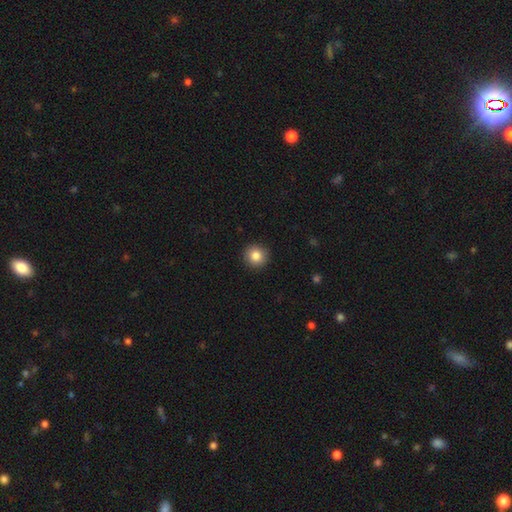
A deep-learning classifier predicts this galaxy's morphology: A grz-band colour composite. It shows a smooth galaxy with no disk features (84%) that is round (94%). Merging: none (93%).